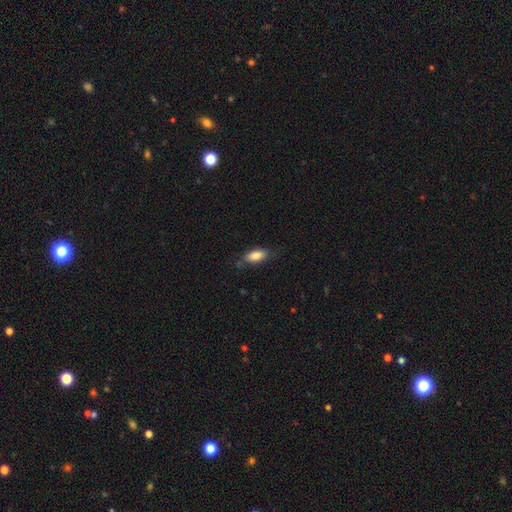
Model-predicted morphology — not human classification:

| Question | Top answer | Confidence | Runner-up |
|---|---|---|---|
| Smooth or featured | smooth | 83% | featured or disk (10%) |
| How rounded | in between | 85% | cigar-shaped (13%) |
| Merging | none | 72% | minor disturbance (21%) |